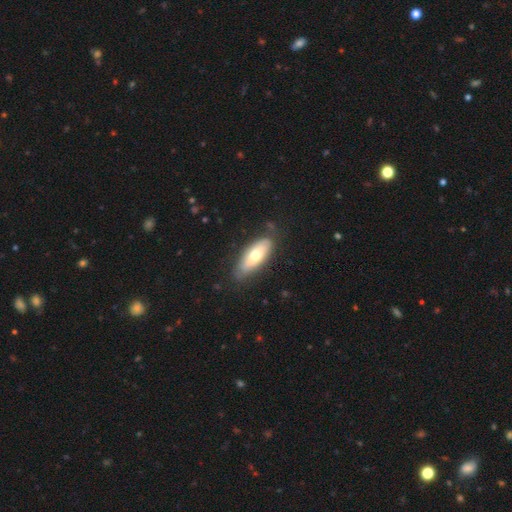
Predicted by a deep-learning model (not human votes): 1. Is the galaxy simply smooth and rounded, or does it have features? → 60% smooth, 34% featured or disk, 6% star or artifact.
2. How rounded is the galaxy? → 75% in between, 23% cigar-shaped, 2% round.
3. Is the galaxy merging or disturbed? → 77% none, 18% minor disturbance, 4% major disturbance, 2% merger.